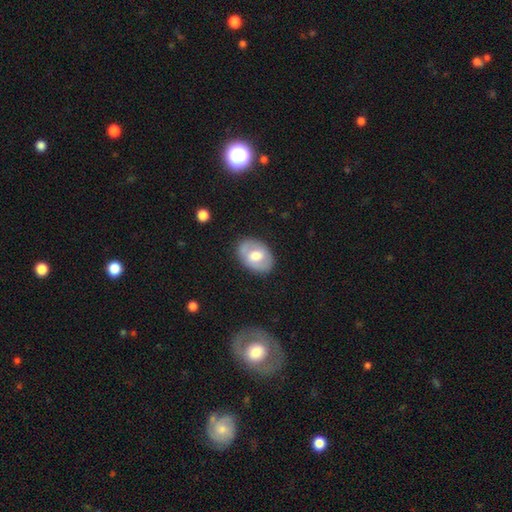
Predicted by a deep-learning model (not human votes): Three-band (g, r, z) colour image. It shows a smooth galaxy with no disk features (52%) that is in between round and cigar-shaped (79%). Merging: none (79%).